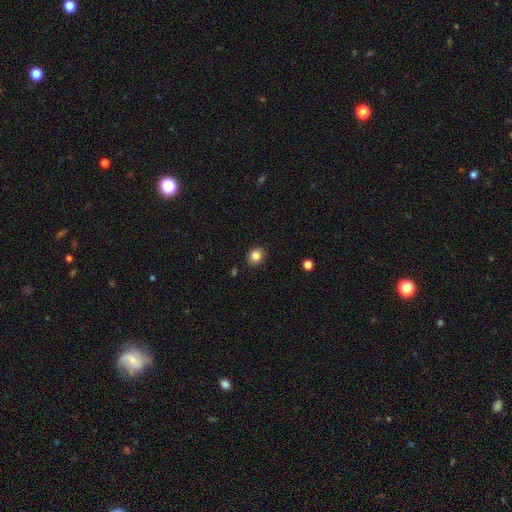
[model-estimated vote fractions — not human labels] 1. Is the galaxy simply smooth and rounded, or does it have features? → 85% smooth, 10% star or artifact, 5% featured or disk.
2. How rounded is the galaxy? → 65% round, 35% in between, 1% cigar-shaped.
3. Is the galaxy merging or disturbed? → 88% none, 8% minor disturbance, 2% major disturbance, 1% merger.